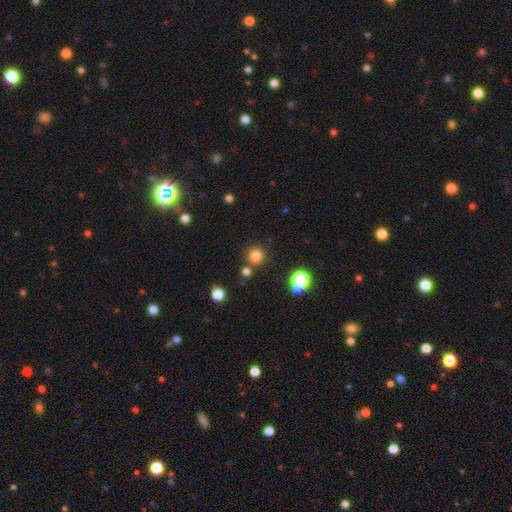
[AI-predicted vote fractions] Smooth or featured?
  - smooth: 79% *
  - star or artifact: 16%
  - featured or disk: 5%
How rounded?
  - round: 94% *
  - in between: 5%
  - cigar-shaped: 1%
Merging?
  - none: 82% *
  - merger: 8%
  - minor disturbance: 7%
  - major disturbance: 3%